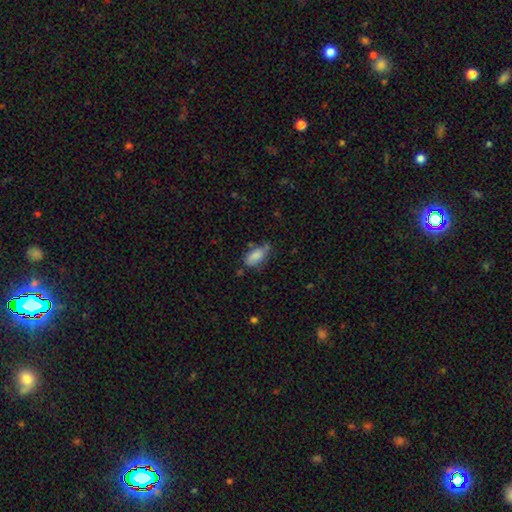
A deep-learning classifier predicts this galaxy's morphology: smooth 79%, featured or disk 12%, star or artifact 9%. Down the decision tree: how rounded — in between (87%); merging — none (48%).